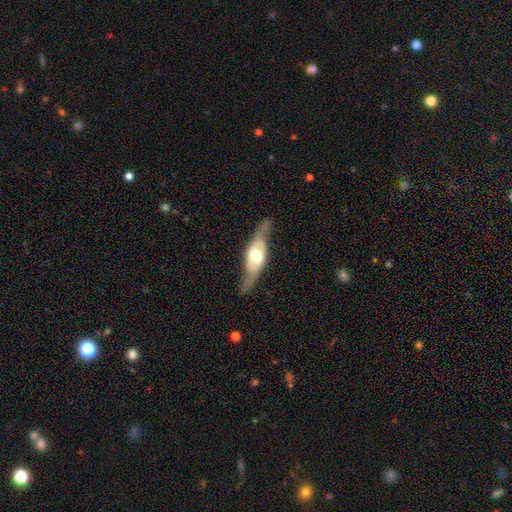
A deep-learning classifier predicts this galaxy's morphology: A featured or disk galaxy (77%). Merging: none (71%).